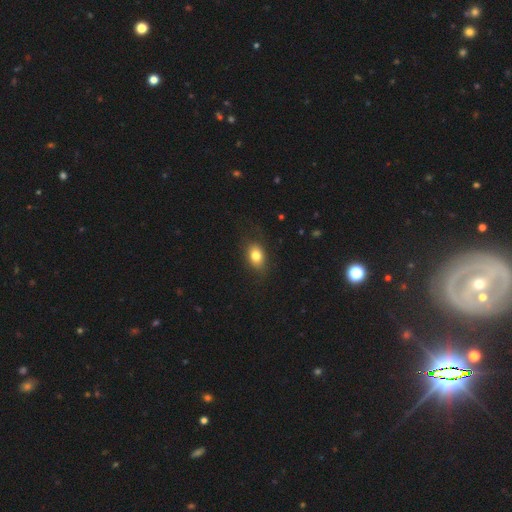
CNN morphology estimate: Smooth or featured: smooth — 79% (featured or disk — 11%)
How rounded: in between — 76% (round — 22%)
Merging: none — 78% (minor disturbance — 16%)